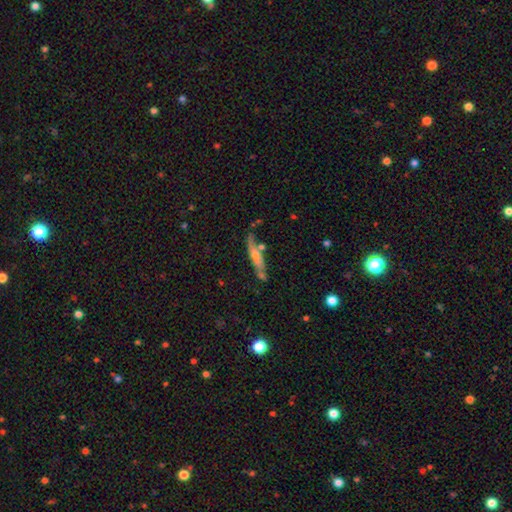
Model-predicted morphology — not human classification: A smooth galaxy with no disk features (49%). Merging: none (56%).